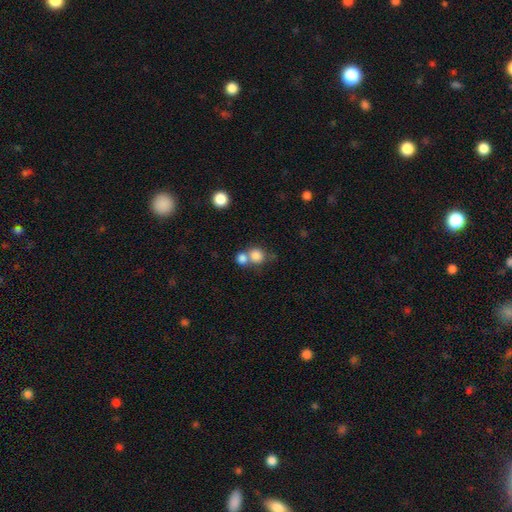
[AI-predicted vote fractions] Morphology: type=smooth (81%); roundness=round (82%); merging=merger (49%).